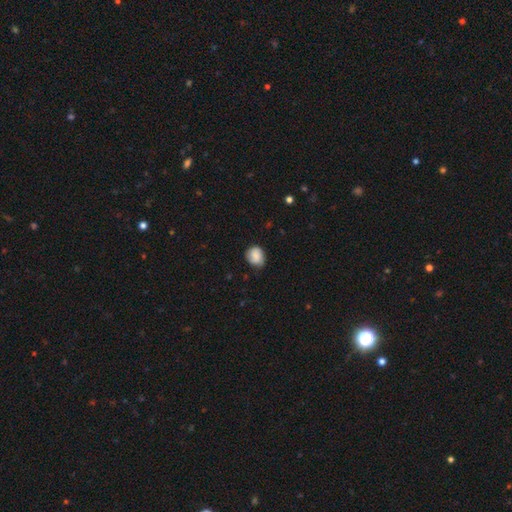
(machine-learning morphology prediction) Q: Smooth or featured?
A: smooth (80%); runner-up: featured or disk (12%)
Q: How rounded?
A: round (67%); runner-up: in between (32%)
Q: Merging?
A: none (64%); runner-up: minor disturbance (29%)